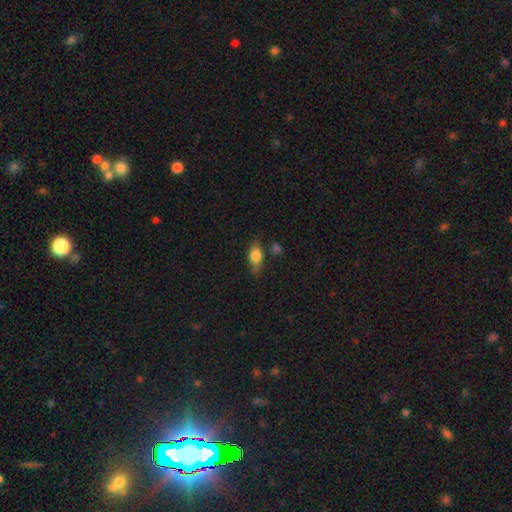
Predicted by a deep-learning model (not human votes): The model was most divided on "merging": none: 67%, minor disturbance: 22%, merger: 6%, major disturbance: 6%. More confident: how rounded — in between (82%); smooth or featured — smooth (79%).